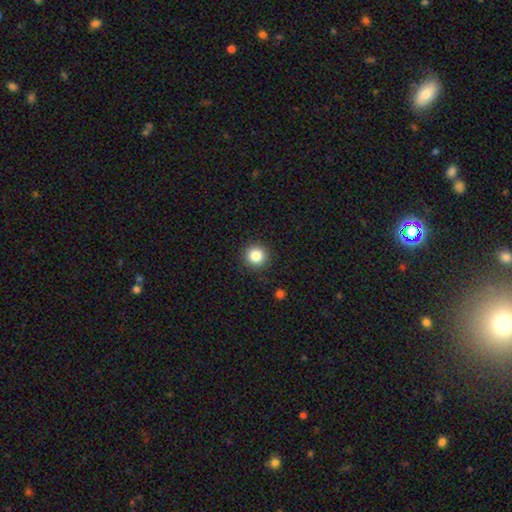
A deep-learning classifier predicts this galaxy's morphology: Smooth or featured? Predicted: smooth (p=0.84). How rounded? Predicted: round (p=0.95). Merging? Predicted: none (p=0.92).